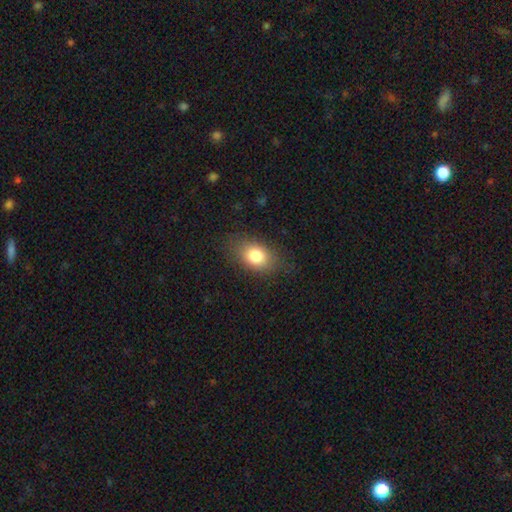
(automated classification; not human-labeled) Overall: smooth (81%). How rounded: in between (77%). Merging: none (80%).